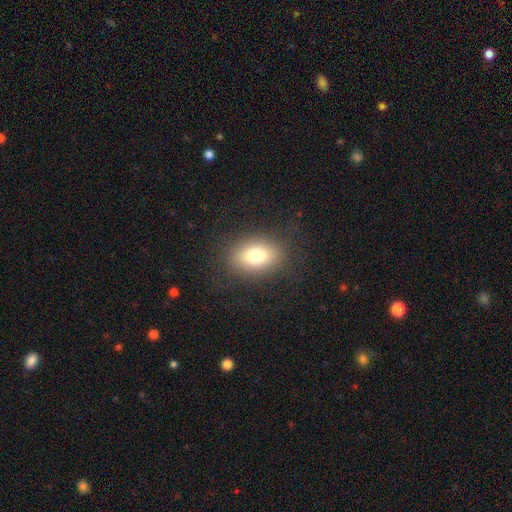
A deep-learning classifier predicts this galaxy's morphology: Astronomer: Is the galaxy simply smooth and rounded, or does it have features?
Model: smooth — 75%.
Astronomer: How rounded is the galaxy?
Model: in between — 71%.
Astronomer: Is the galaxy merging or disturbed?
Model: none — 84%.